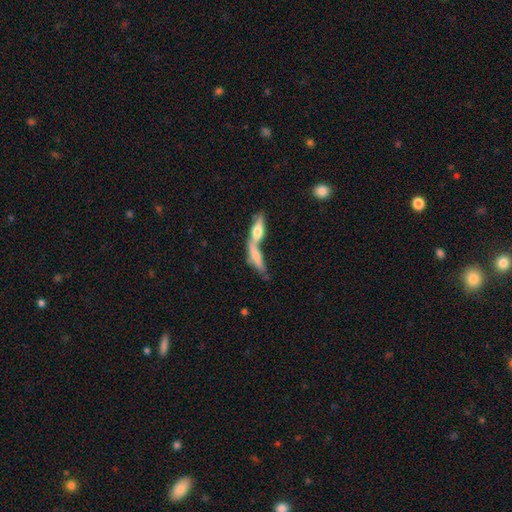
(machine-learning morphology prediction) A smooth galaxy with no disk features (56%) that is cigar-shaped (65%). Merging: merger (68%).